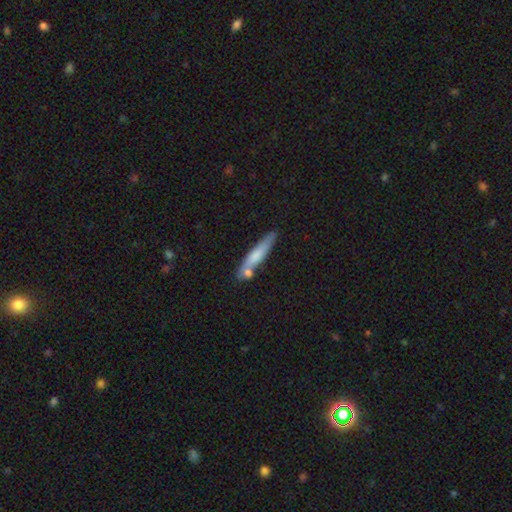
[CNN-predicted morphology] Smooth or featured?
  - smooth: 66% *
  - featured or disk: 28%
  - star or artifact: 6%
How rounded?
  - cigar-shaped: 89% *
  - in between: 9%
  - round: 2%
Merging?
  - none: 67% *
  - minor disturbance: 15%
  - merger: 15%
  - major disturbance: 4%